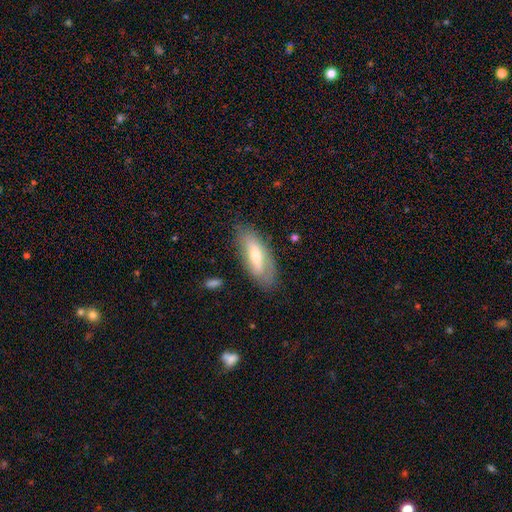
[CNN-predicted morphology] A smooth galaxy with no disk features (47%).

Vote fractions:
- Smooth or featured? smooth: 47% / featured or disk: 46% / star or artifact: 7%
- Merging? none: 77% / minor disturbance: 16% / major disturbance: 5% / merger: 2%